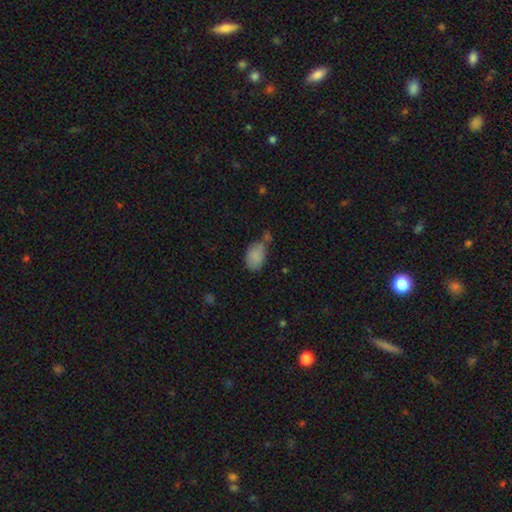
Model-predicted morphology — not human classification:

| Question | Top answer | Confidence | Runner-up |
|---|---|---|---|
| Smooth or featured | smooth | 84% | star or artifact (9%) |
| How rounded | in between | 84% | round (14%) |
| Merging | none | 44% | minor disturbance (26%) |